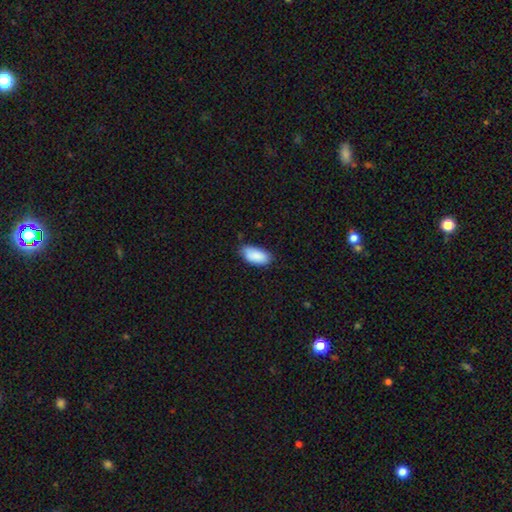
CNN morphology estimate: Smooth or featured?
  - smooth: 89% *
  - star or artifact: 6%
  - featured or disk: 5%
How rounded?
  - in between: 93% *
  - cigar-shaped: 5%
  - round: 2%
Merging?
  - none: 74% *
  - minor disturbance: 22%
  - major disturbance: 3%
  - merger: 1%